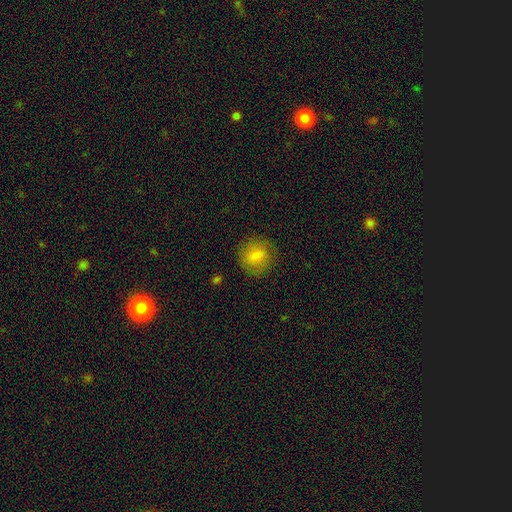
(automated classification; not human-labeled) smooth 81%, featured or disk 11%, star or artifact 8%. Down the decision tree: how rounded — round (87%); merging — none (84%).